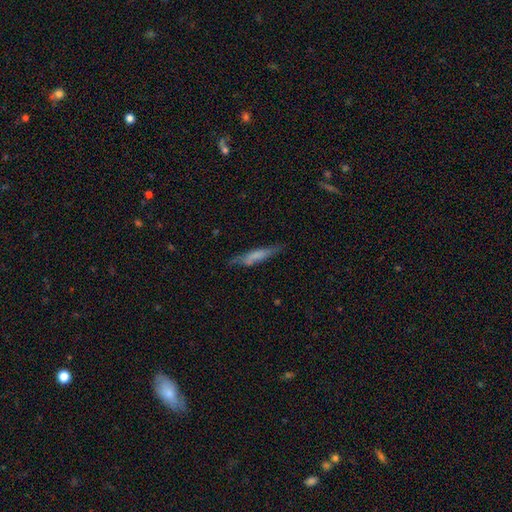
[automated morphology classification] smooth-or-featured: smooth: 56% | featured or disk: 37% | star or artifact: 7%
  how-rounded: cigar-shaped: 85% | in between: 13% | round: 2%
  merging: none: 66% | minor disturbance: 24% | major disturbance: 7% | merger: 3%